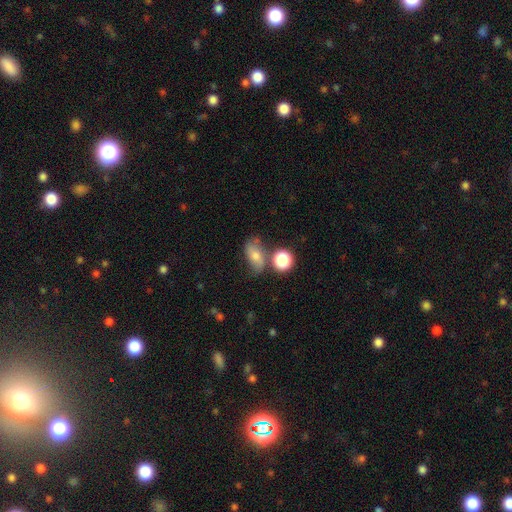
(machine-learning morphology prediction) smooth_or_featured: smooth (p=0.57) [alt: featured or disk p=0.29]
how_rounded: in between (p=0.77) [alt: round p=0.19]
merging: none (p=0.52) [alt: minor disturbance p=0.23]